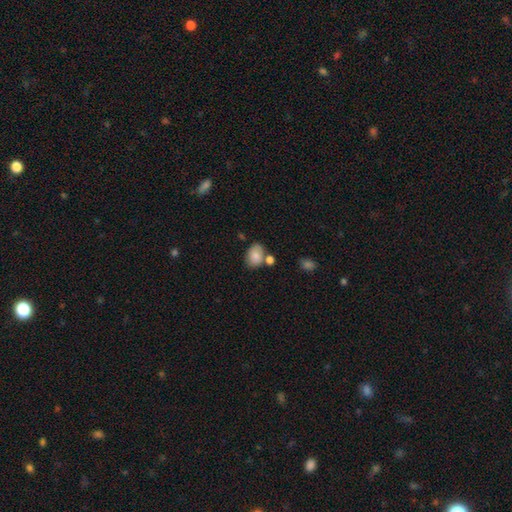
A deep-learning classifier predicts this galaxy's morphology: A smooth galaxy with no disk features (82%) that is in between round and cigar-shaped (74%). Merging: none (60%).